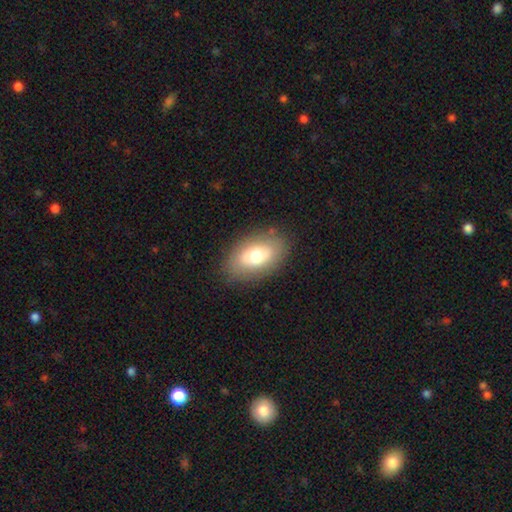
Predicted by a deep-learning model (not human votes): Smooth or featured? smooth (68%)
How rounded? in between (90%)
Merging? none (83%)